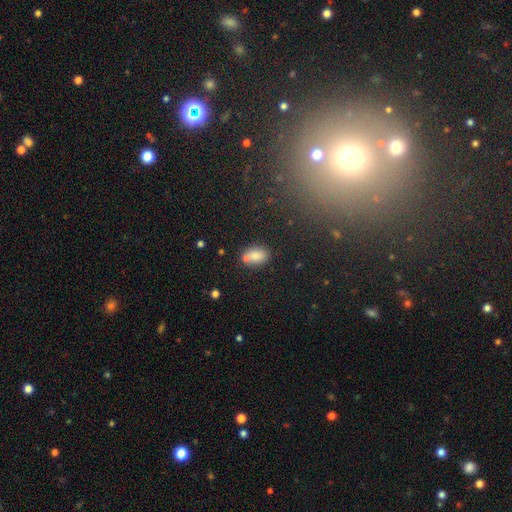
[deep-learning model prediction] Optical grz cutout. It shows a smooth galaxy with no disk features (79%) that is in between round and cigar-shaped (83%). Merging: none (63%).